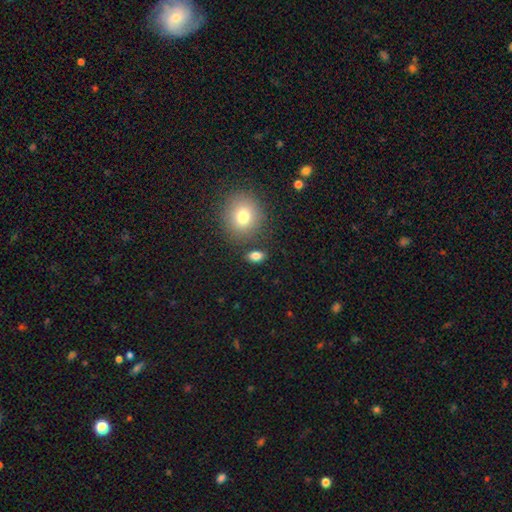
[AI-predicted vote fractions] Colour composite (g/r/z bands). It shows a smooth galaxy with no disk features (83%) that is in between round and cigar-shaped (80%). Merging: none (80%).